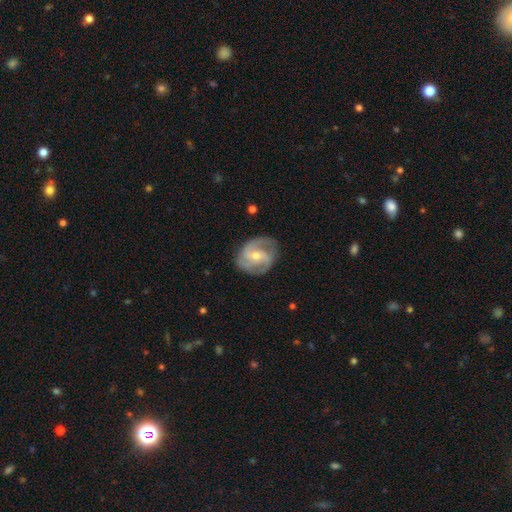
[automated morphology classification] featured or disk 85%, smooth 10%, star or artifact 5%. Down the decision tree: edge-on disk — no (98%); bar — weak (42%); spiral arms — yes (96%); spiral arm count — 2 (45%); spiral winding — medium (50%); bulge size — small (52%); merging — none (77%).